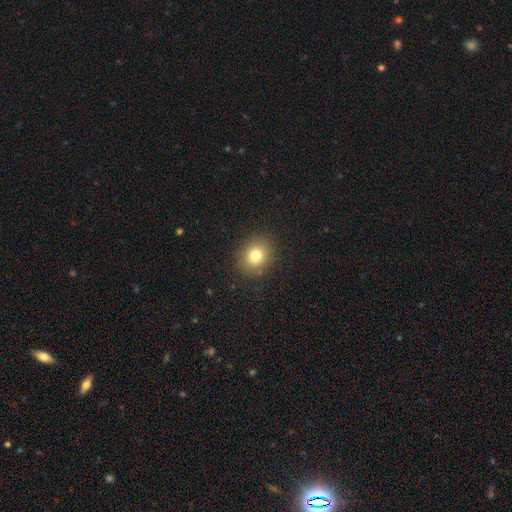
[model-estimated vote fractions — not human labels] Smooth or featured: smooth — 78% (star or artifact — 13%)
How rounded: round — 76% (in between — 23%)
Merging: none — 88% (minor disturbance — 8%)